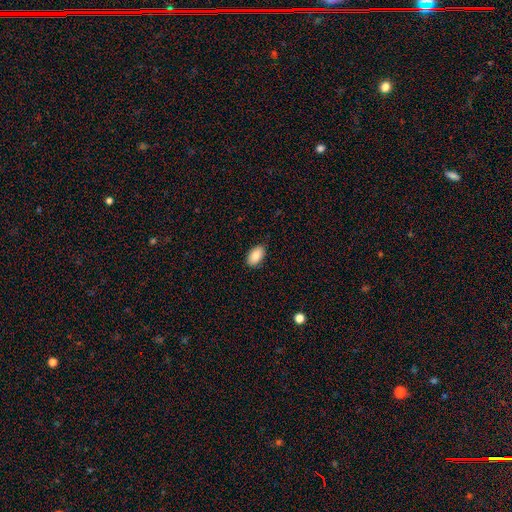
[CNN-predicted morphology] Smooth or featured?
  - smooth: 87% *
  - star or artifact: 7%
  - featured or disk: 6%
How rounded?
  - in between: 94% *
  - round: 5%
  - cigar-shaped: 2%
Merging?
  - none: 87% *
  - minor disturbance: 10%
  - major disturbance: 2%
  - merger: 1%